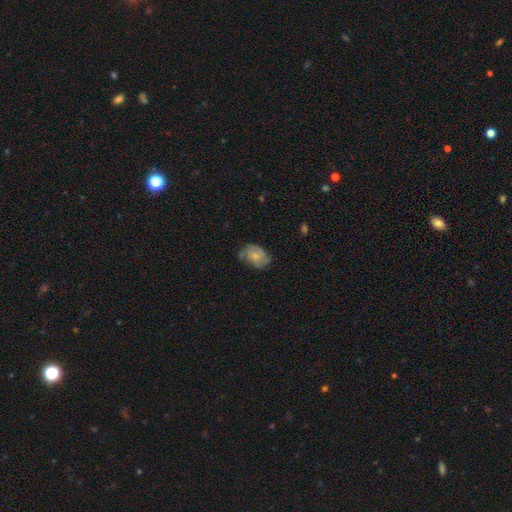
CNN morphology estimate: smooth-or-featured: featured or disk: 49% | smooth: 43% | star or artifact: 8%
  merging: none: 58% | minor disturbance: 28% | major disturbance: 11% | merger: 2%